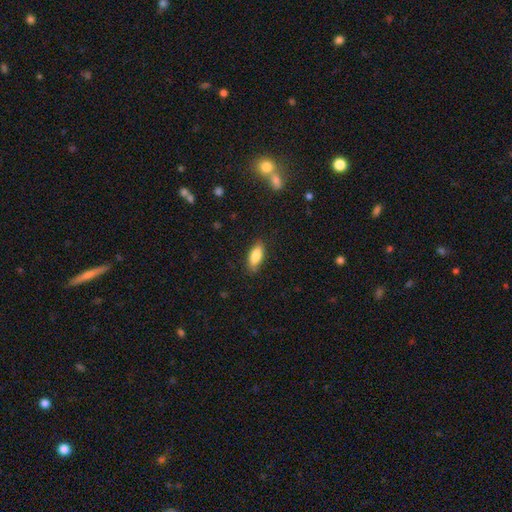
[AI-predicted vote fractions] smooth 80%, featured or disk 14%, star or artifact 6%. Down the decision tree: how rounded — in between (74%); merging — none (84%).